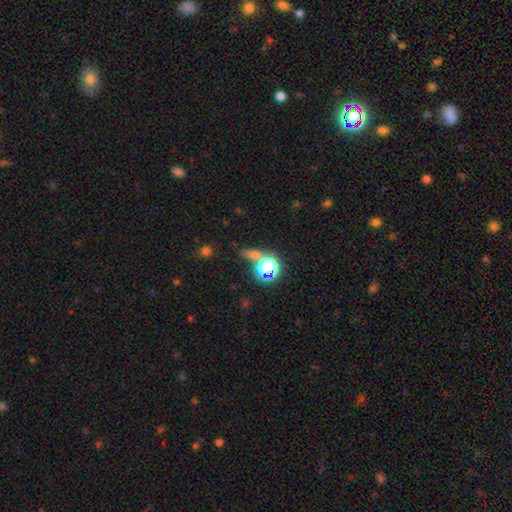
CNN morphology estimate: Smooth or featured?
  - star or artifact: 50% *
  - smooth: 38%
  - featured or disk: 13%